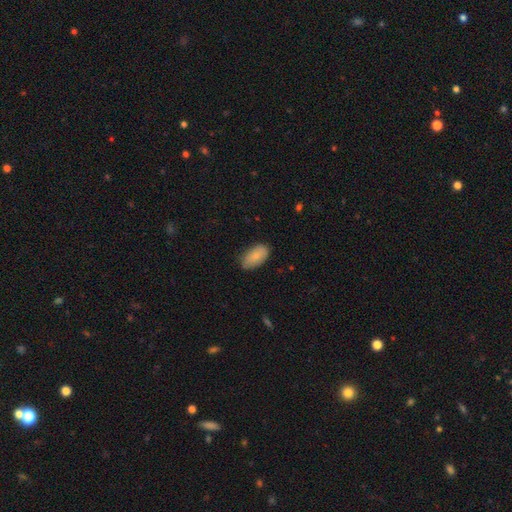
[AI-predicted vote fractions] This is clearly a smooth galaxy (84%). How rounded: clearly in between (94%). Merging: likely none (75%).